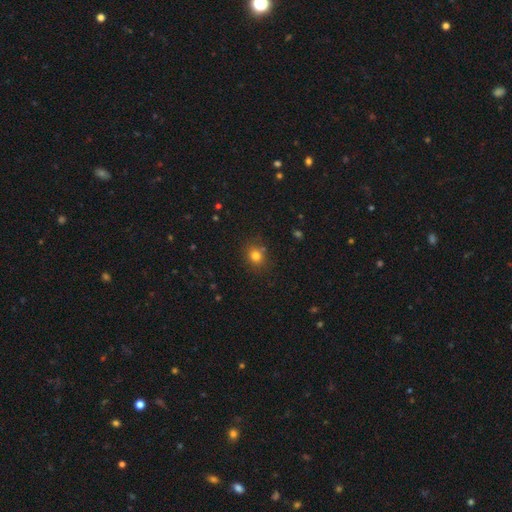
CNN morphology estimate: Smooth or featured?
  - smooth: 79% *
  - star or artifact: 14%
  - featured or disk: 7%
How rounded?
  - round: 70% *
  - in between: 29%
  - cigar-shaped: 1%
Merging?
  - none: 81% *
  - minor disturbance: 12%
  - merger: 4%
  - major disturbance: 3%